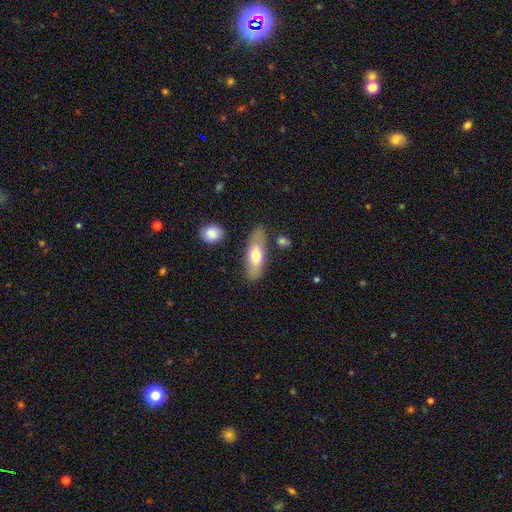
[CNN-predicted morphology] Smooth or featured? Predicted: smooth (p=0.67). How rounded? Predicted: in between (p=0.70). Merging? Predicted: none (p=0.77).